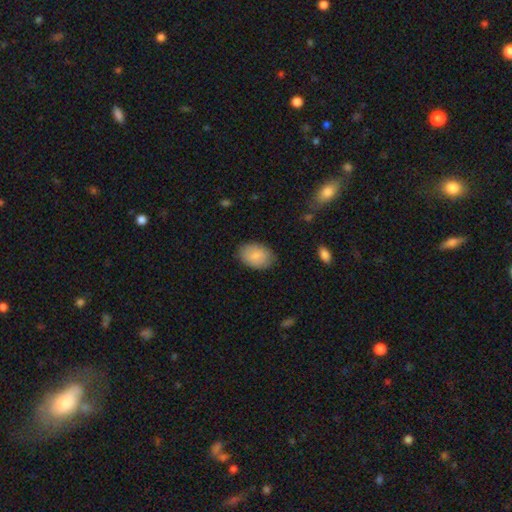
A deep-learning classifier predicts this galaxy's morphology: smooth-or-featured: smooth: 86% | featured or disk: 8% | star or artifact: 6%
  how-rounded: in between: 86% | round: 13% | cigar-shaped: 1%
  merging: none: 84% | minor disturbance: 12% | major disturbance: 3% | merger: 1%